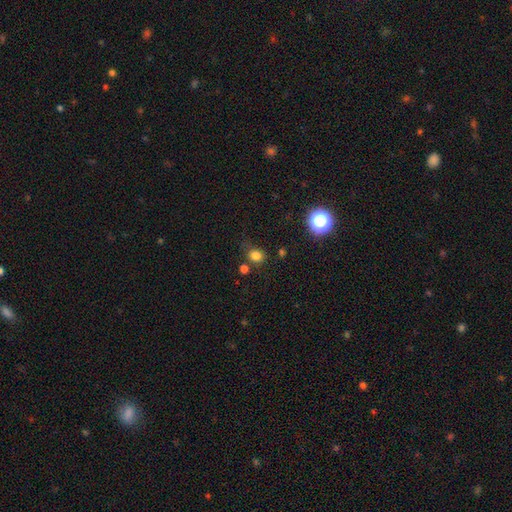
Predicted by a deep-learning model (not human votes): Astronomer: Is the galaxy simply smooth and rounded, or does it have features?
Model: smooth — 78%.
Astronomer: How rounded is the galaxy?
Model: round — 71%.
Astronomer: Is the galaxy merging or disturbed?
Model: none — 70%.